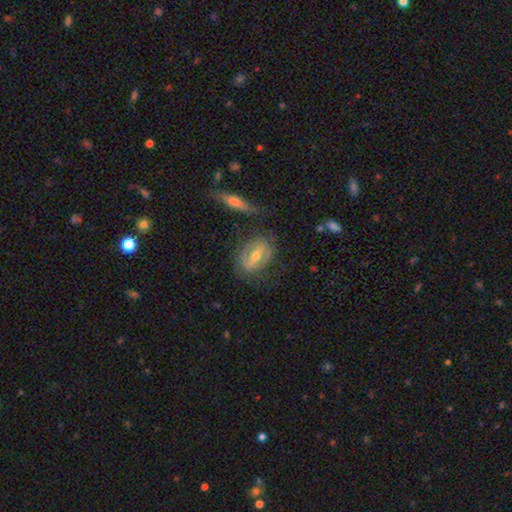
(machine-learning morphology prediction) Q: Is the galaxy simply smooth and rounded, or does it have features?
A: featured or disk — 65%.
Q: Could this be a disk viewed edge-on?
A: no — 87%.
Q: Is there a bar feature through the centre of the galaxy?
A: strong — 48%.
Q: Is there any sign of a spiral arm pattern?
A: yes — 50%, tied with no.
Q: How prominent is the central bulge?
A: moderate — 66%.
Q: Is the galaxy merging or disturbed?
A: none — 68%.